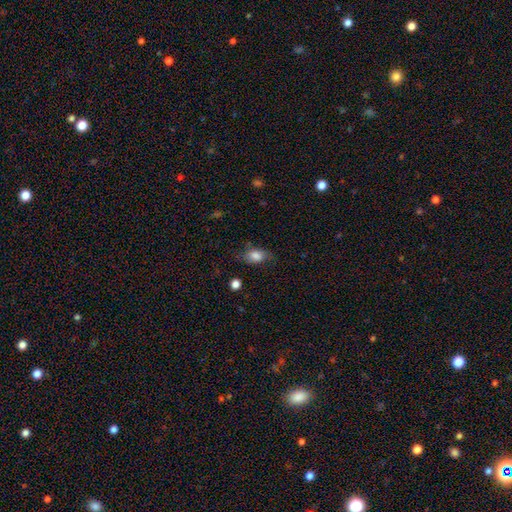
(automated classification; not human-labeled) Smooth or featured: smooth — 80% (featured or disk — 11%)
How rounded: in between — 81% (round — 16%)
Merging: none — 64% (minor disturbance — 26%)